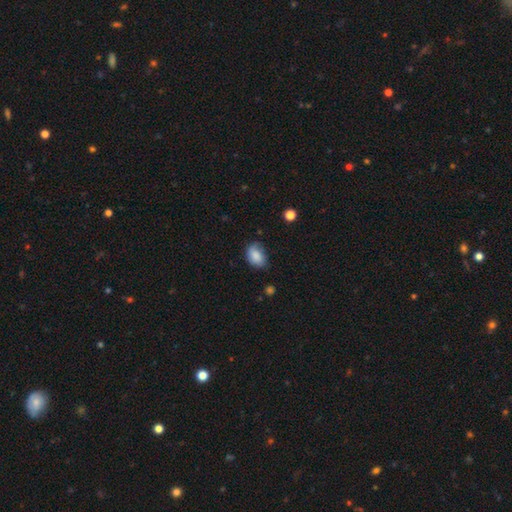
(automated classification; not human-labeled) A smooth galaxy with no disk features (84%) that is in between round and cigar-shaped (81%). Merging: none (56%).